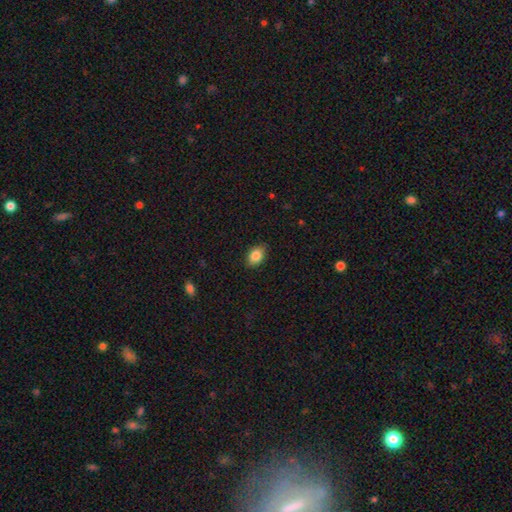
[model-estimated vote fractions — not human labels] smooth 86%, star or artifact 8%, featured or disk 6%. Down the decision tree: how rounded — in between (81%); merging — none (86%).